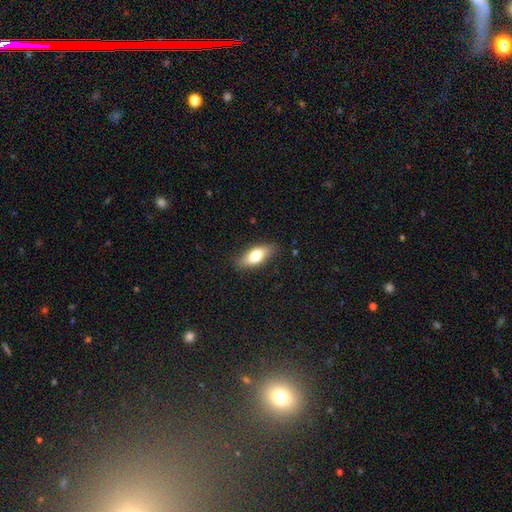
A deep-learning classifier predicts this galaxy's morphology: smooth 72%, featured or disk 22%, star or artifact 7%. Down the decision tree: how rounded — in between (78%); merging — none (84%).